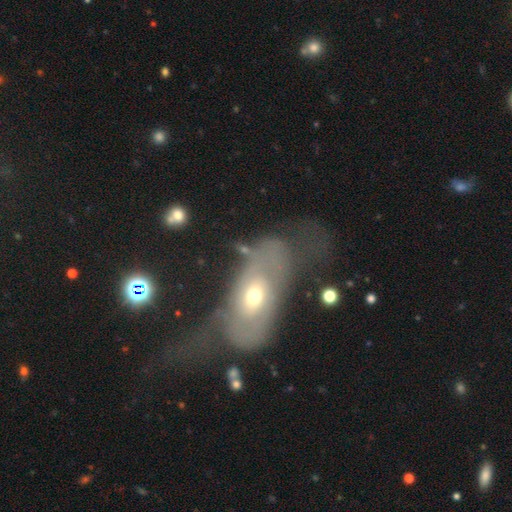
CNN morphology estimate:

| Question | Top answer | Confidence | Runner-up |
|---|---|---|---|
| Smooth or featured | featured or disk | 56% | smooth (34%) |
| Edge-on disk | no | 87% | yes (13%) |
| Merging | major disturbance | 43% | none (32%) |